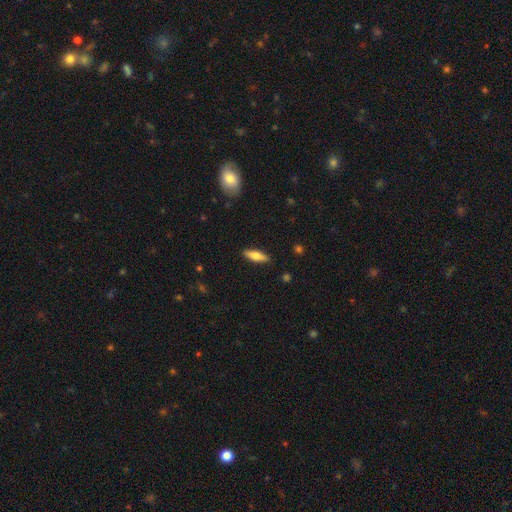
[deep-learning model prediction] A smooth galaxy with no disk features (66%) that is cigar-shaped (49%, tied with in between). Merging: none (88%).